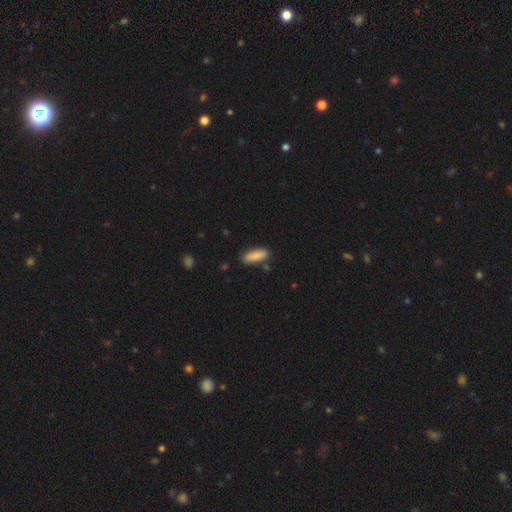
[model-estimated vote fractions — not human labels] Q: Smooth or featured?
A: smooth (87%); runner-up: featured or disk (7%)
Q: How rounded?
A: in between (63%); runner-up: cigar-shaped (36%)
Q: Merging?
A: none (81%); runner-up: minor disturbance (13%)